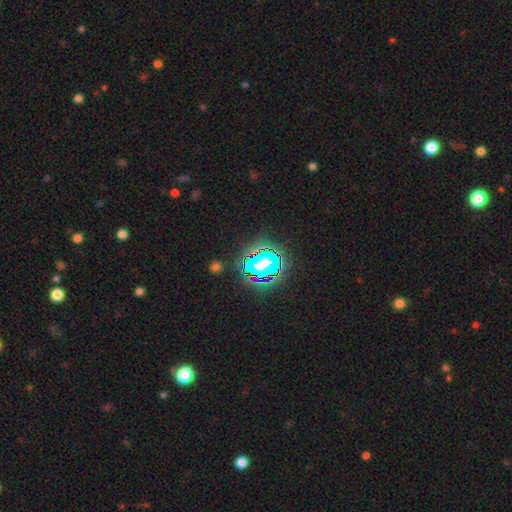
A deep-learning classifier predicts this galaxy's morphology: The model was most divided on "smooth or featured": star or artifact: 79%, smooth: 14%, featured or disk: 8%.